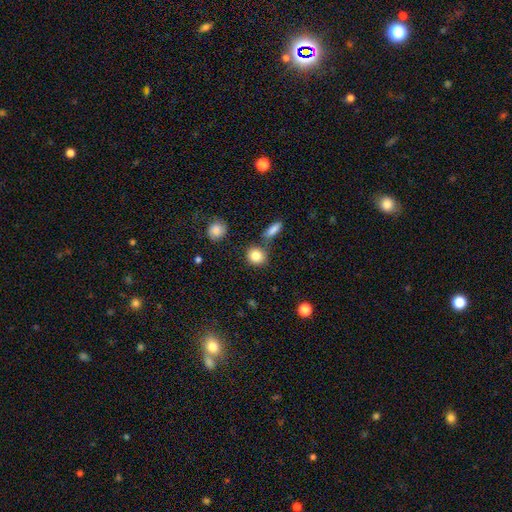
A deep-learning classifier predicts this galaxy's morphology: Q: Smooth or featured?
A: smooth (84%); runner-up: star or artifact (9%)
Q: How rounded?
A: round (79%); runner-up: in between (19%)
Q: Merging?
A: none (74%); runner-up: merger (11%)